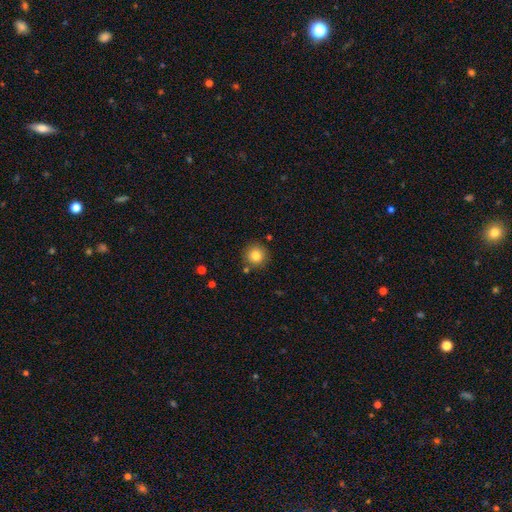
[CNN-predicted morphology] This is clearly a smooth galaxy (82%). How rounded: clearly round (94%). Merging: clearly none (85%).